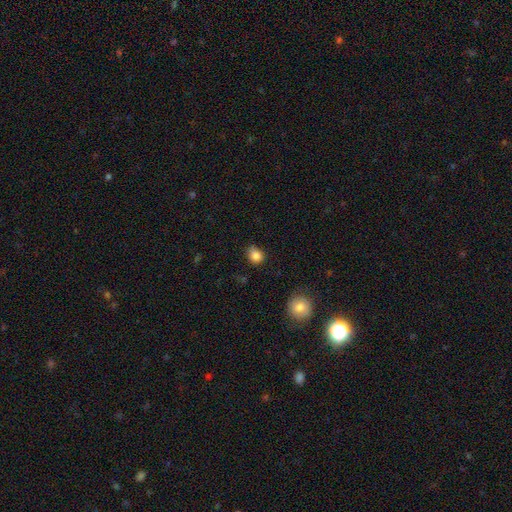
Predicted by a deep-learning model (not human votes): Smooth or featured?
  - smooth: 84% *
  - star or artifact: 11%
  - featured or disk: 5%
How rounded?
  - round: 64% *
  - in between: 35%
  - cigar-shaped: 1%
Merging?
  - none: 65% *
  - minor disturbance: 27%
  - major disturbance: 5%
  - merger: 2%